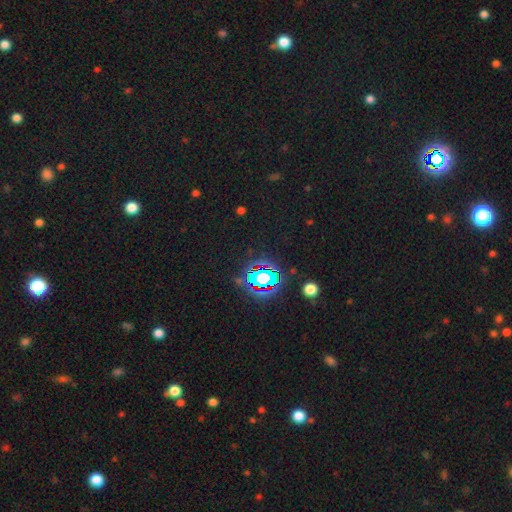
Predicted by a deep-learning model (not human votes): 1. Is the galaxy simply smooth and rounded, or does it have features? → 80% star or artifact, 12% smooth, 8% featured or disk.